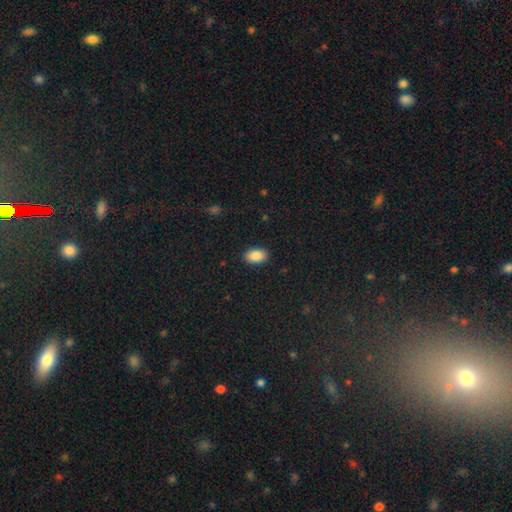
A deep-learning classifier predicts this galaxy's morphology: Overall: smooth (88%). How rounded: in between (92%). Merging: none (90%).